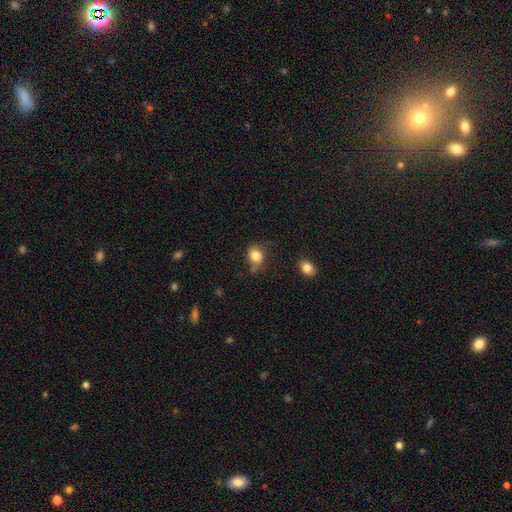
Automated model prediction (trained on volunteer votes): This is clearly a smooth galaxy (83%). How rounded: possibly round (59%). Merging: possibly none (59%).